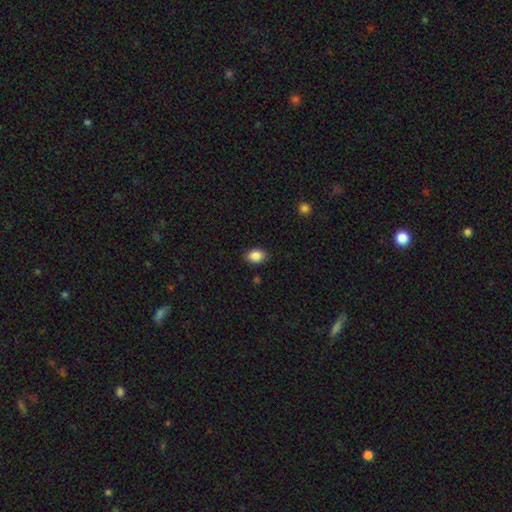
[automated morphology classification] This is clearly a smooth galaxy (87%). How rounded: likely in between (77%). Merging: clearly none (87%).